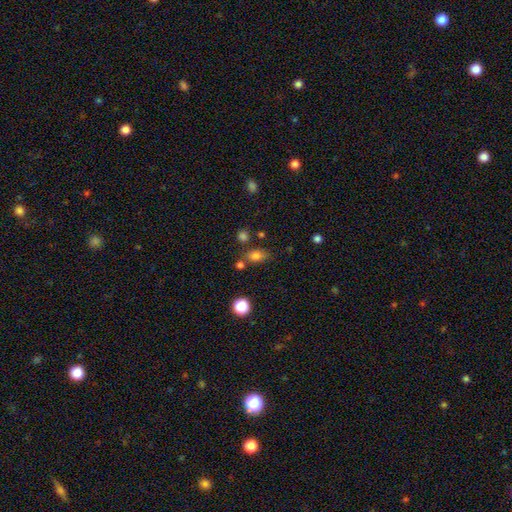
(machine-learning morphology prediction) Smooth or featured?
  - smooth: 79% *
  - star or artifact: 13%
  - featured or disk: 7%
How rounded?
  - in between: 74% *
  - round: 23%
  - cigar-shaped: 3%
Merging?
  - none: 67% *
  - minor disturbance: 15%
  - merger: 13%
  - major disturbance: 5%